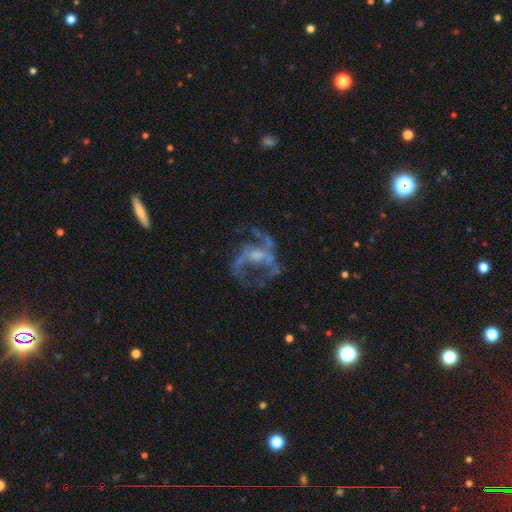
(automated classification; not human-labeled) Smooth or featured: featured or disk — 79% (star or artifact — 11%)
Edge-on disk: no — 97% (yes — 3%)
Bar: no — 51% (weak — 35%)
Spiral arms: yes — 72% (no — 28%)
Spiral winding: loose — 45% (medium — 43%)
Spiral arm count: 2 — 58% (can't tell — 17%)
Bulge size: moderate — 37% (small — 34%)
Merging: none — 49% (major disturbance — 31%)